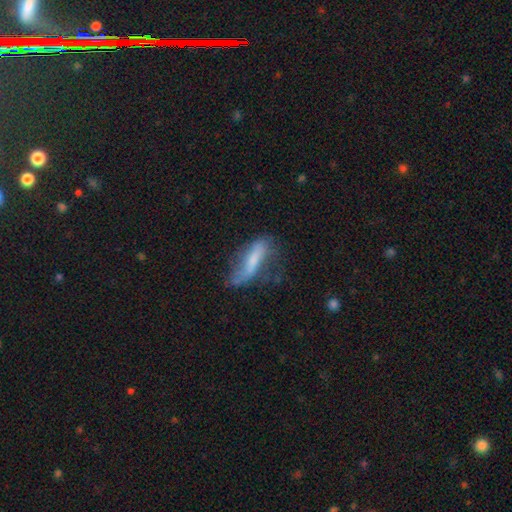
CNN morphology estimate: smooth 48%, featured or disk 43%, star or artifact 9%. Down the decision tree: merging — none (42%).